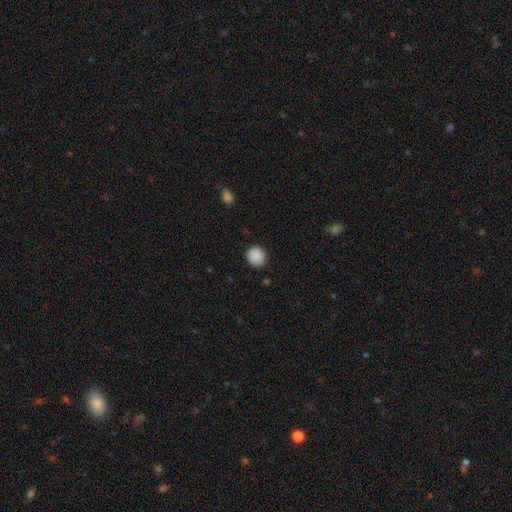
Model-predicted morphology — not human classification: A smooth galaxy with no disk features (89%) that is round (86%). Merging: none (88%).